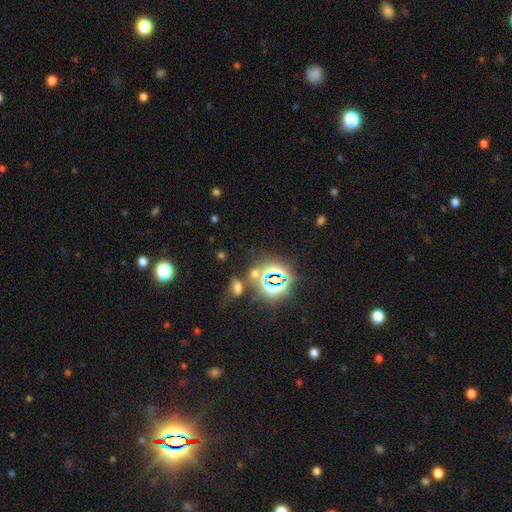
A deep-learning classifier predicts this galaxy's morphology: Smooth or featured?
  - star or artifact: 78% *
  - smooth: 14%
  - featured or disk: 8%